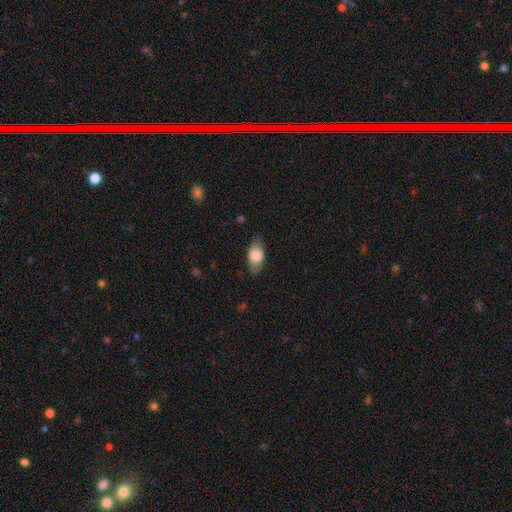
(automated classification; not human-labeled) The model was most divided on "smooth or featured": smooth: 75%, featured or disk: 19%, star or artifact: 7%. More confident: how rounded — in between (88%); merging — none (77%).